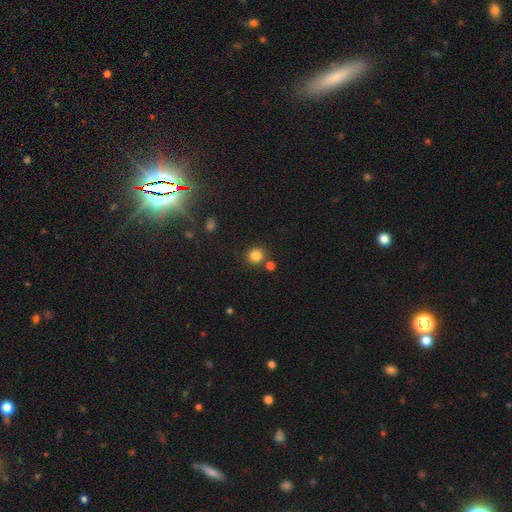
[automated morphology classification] smooth-or-featured: smooth: 83% | star or artifact: 12% | featured or disk: 5%
  how-rounded: round: 89% | in between: 10% | cigar-shaped: 1%
  merging: none: 79% | merger: 10% | minor disturbance: 8% | major disturbance: 3%